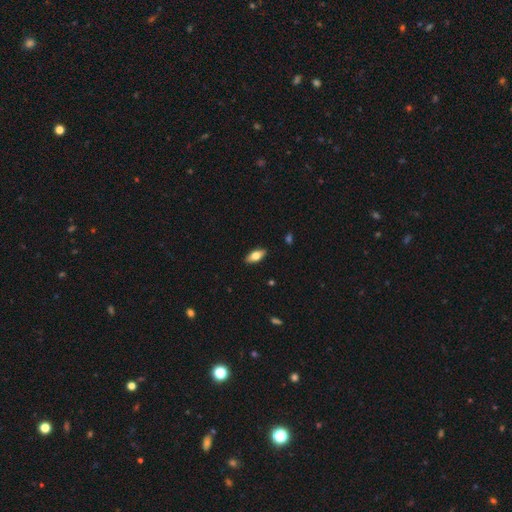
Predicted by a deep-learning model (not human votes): A smooth galaxy with no disk features (71%) that is in between round and cigar-shaped (85%). Merging: none (89%).